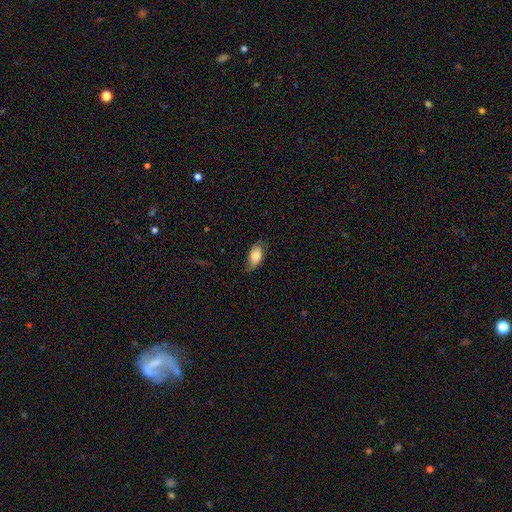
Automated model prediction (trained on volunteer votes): Smooth or featured: smooth — 81% (featured or disk — 12%)
How rounded: in between — 93% (round — 4%)
Merging: none — 59% (minor disturbance — 32%)